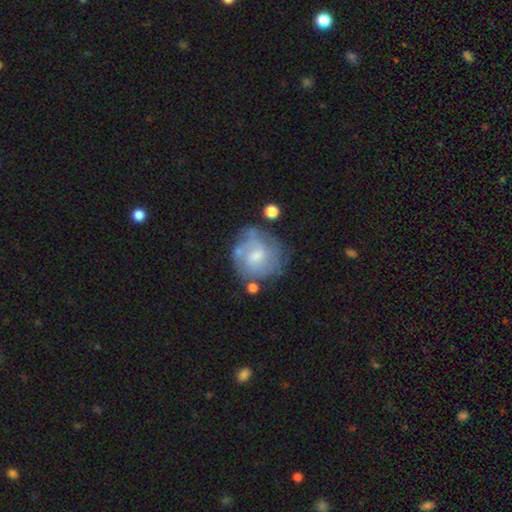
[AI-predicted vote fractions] This is possibly a featured or disk galaxy (54%). It is clearly not viewed edge-on (98%). Bar: possibly weak (51%). Spiral arm pattern: likely yes (65%). Central bulge: possibly small (47%). Merging: possibly none (57%).